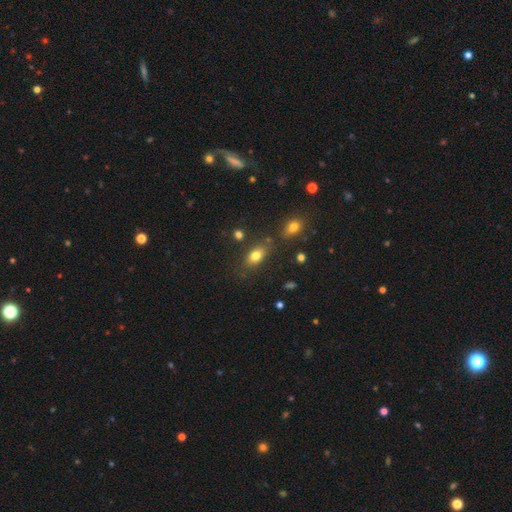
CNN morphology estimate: Overall: smooth (77%). How rounded: in between (82%). Merging: none (70%).